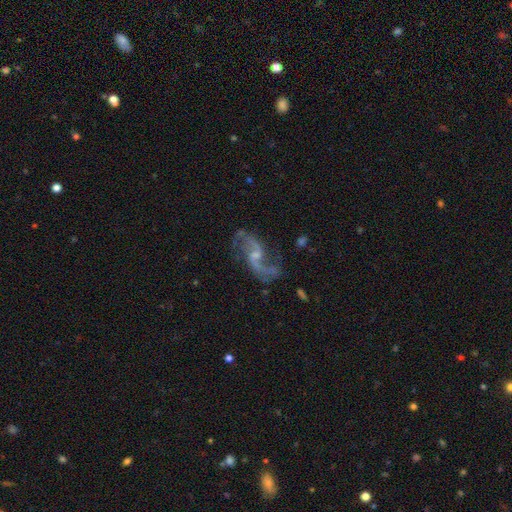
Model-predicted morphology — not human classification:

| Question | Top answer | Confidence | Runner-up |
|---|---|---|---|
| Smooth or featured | featured or disk | 90% | star or artifact (5%) |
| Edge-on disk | no | 97% | yes (3%) |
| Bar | weak | 48% | no (39%) |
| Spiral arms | yes | 96% | no (4%) |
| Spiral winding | loose | 78% | medium (18%) |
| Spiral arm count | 2 | 93% | 1 (2%) |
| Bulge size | small | 56% | moderate (26%) |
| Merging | none | 71% | minor disturbance (16%) |